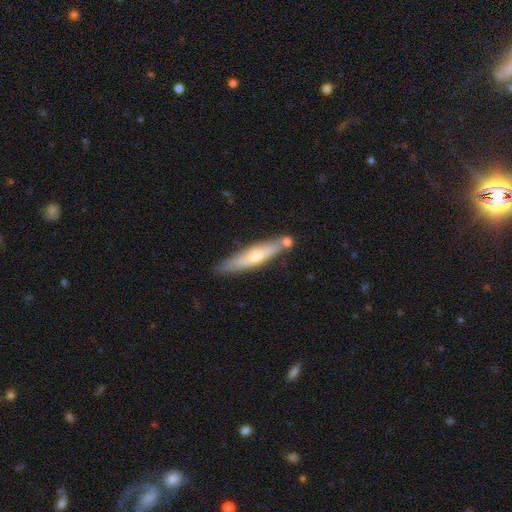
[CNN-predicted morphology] Smooth or featured? featured or disk (51%)
Edge-on disk? yes (82%)
Merging? none (75%)